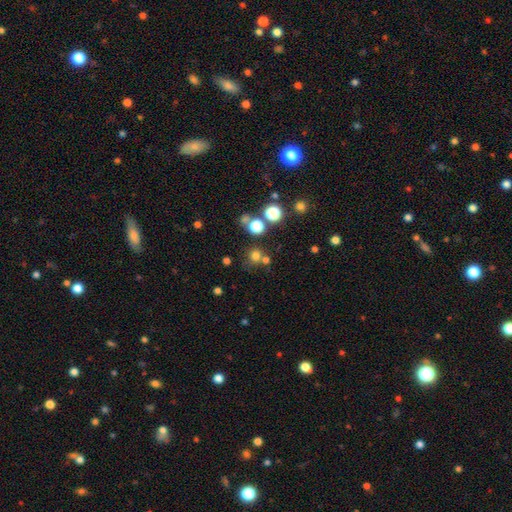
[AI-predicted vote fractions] A smooth galaxy with no disk features (69%) that is round (89%). Merging: none (68%).